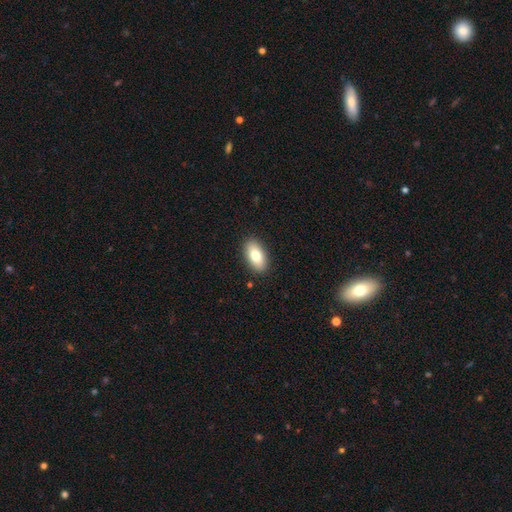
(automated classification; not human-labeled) smooth-or-featured: smooth: 79% | featured or disk: 15% | star or artifact: 7%
  how-rounded: in between: 91% | cigar-shaped: 5% | round: 4%
  merging: none: 89% | minor disturbance: 8% | major disturbance: 2% | merger: 1%